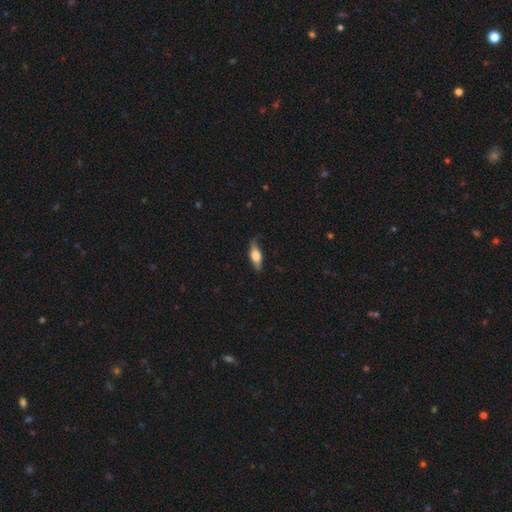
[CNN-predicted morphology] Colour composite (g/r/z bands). It shows a smooth galaxy with no disk features (56%) that is in between round and cigar-shaped (64%). Merging: none (72%).